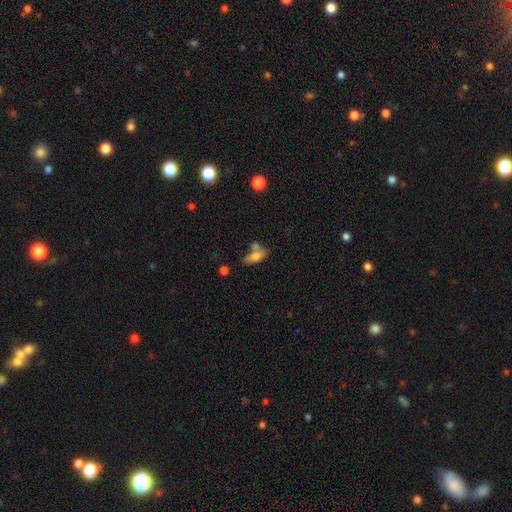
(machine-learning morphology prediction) type=smooth (70%); roundness=in between (79%); merging=none (43%).